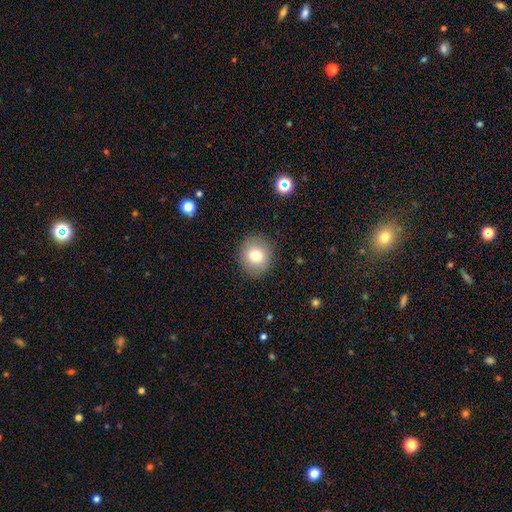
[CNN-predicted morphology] This appears to be a smooth galaxy with no disk features (78%) that is round (80%). Merging: none (89%).